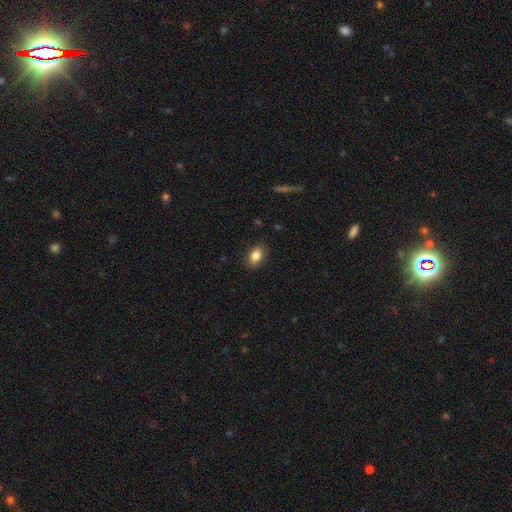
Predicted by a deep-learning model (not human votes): Overall: smooth (84%). How rounded: in between (84%). Merging: none (85%).